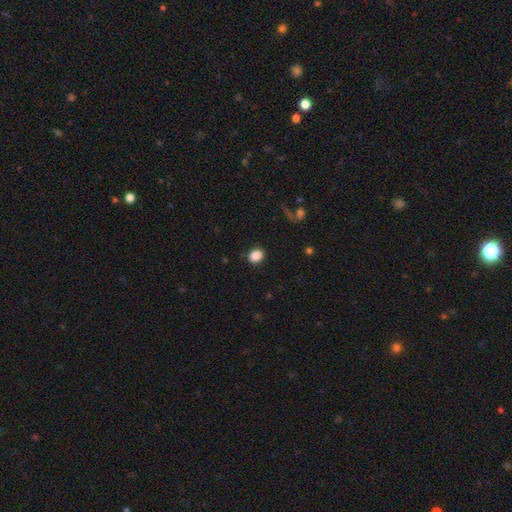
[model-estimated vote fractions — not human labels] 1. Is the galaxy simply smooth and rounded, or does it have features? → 87% smooth, 9% star or artifact, 4% featured or disk.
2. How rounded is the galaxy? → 59% round, 40% in between, 1% cigar-shaped.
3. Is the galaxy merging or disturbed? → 88% none, 8% minor disturbance, 3% major disturbance, 1% merger.